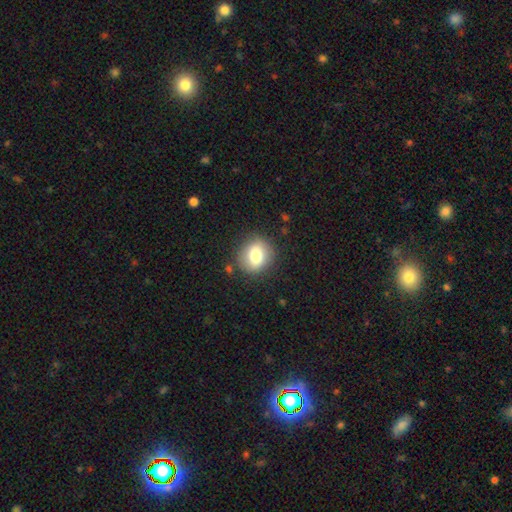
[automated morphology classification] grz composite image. It shows a smooth galaxy with no disk features (77%) that is round (75%). Merging: none (85%).